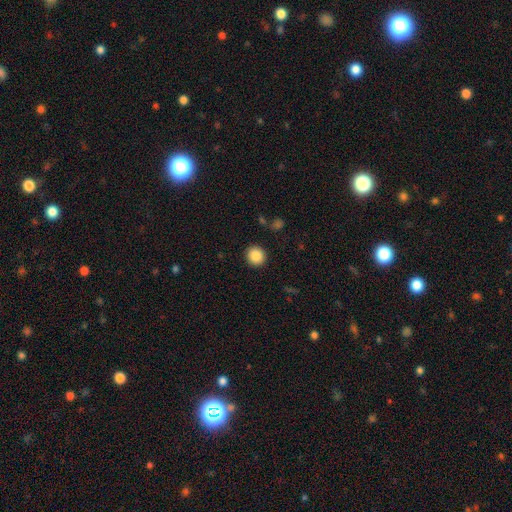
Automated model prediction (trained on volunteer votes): Smooth or featured? smooth (87%)
How rounded? round (91%)
Merging? none (91%)